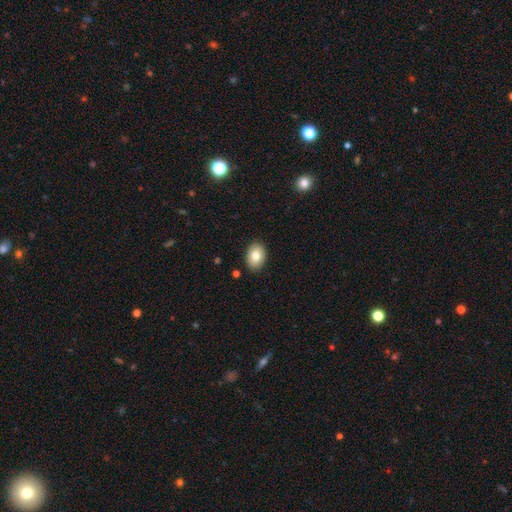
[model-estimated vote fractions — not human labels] Overall: smooth (80%). How rounded: in between (78%). Merging: none (88%).